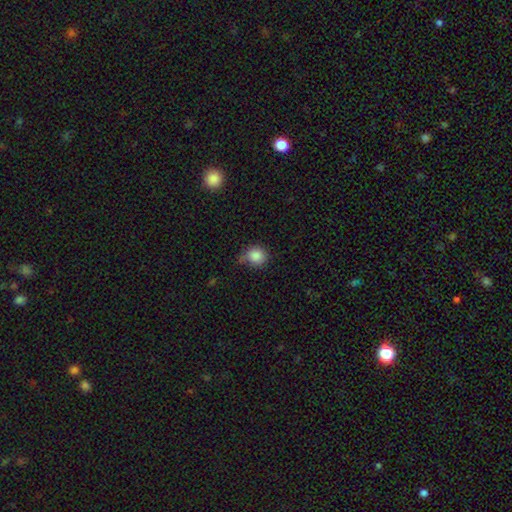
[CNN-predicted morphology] Smooth or featured? smooth (86%)
How rounded? round (80%)
Merging? none (57%)